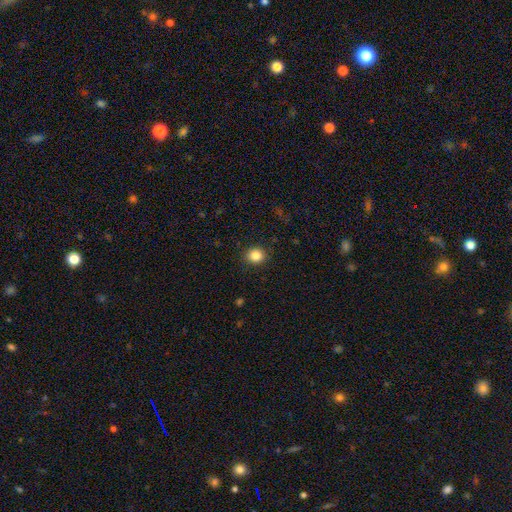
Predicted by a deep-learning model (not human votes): Smooth or featured?
  - smooth: 85% *
  - star or artifact: 11%
  - featured or disk: 5%
How rounded?
  - round: 77% *
  - in between: 22%
  - cigar-shaped: 1%
Merging?
  - none: 90% *
  - minor disturbance: 7%
  - major disturbance: 2%
  - merger: 1%